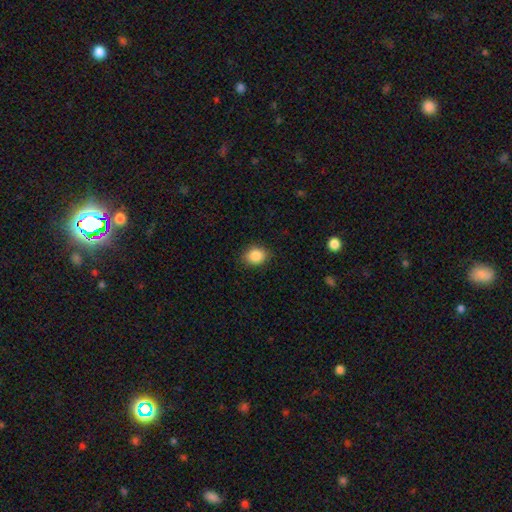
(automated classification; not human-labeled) A smooth galaxy with no disk features (87%) that is round (53%). Merging: none (87%).